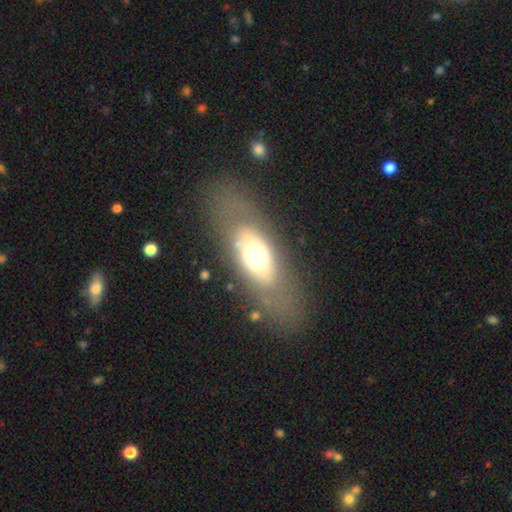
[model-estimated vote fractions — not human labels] smooth-or-featured: smooth: 52% | featured or disk: 38% | star or artifact: 10%
  how-rounded: in between: 78% | cigar-shaped: 15% | round: 7%
  merging: none: 76% | minor disturbance: 13% | major disturbance: 9% | merger: 2%